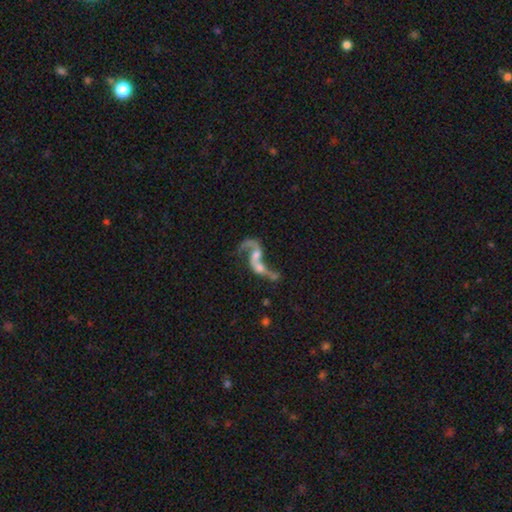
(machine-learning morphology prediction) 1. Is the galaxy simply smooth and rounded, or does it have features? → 73% featured or disk, 18% smooth, 10% star or artifact.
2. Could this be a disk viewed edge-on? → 95% no, 5% yes.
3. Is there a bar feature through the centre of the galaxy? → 57% no, 32% weak, 11% strong.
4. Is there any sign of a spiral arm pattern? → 74% yes, 26% no.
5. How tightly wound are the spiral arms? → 87% loose, 11% medium, 3% tight.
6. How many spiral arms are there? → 71% 2, 21% 1, 4% can't tell, 1% 3, 1% 4, 1% more than 4.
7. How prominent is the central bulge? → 34% moderate, 29% small, 27% none, 9% large, 2% dominant.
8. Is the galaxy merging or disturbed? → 56% merger, 19% major disturbance, 17% none, 8% minor disturbance.